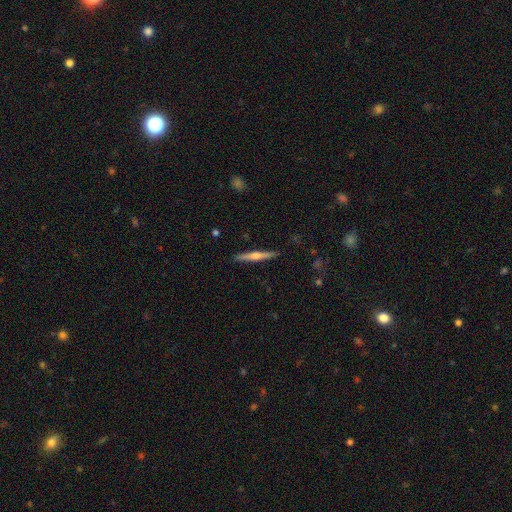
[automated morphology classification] type=featured or disk (66%); edge-on=yes (98%); edge-on bulge=rounded (84%); merging=none (91%).